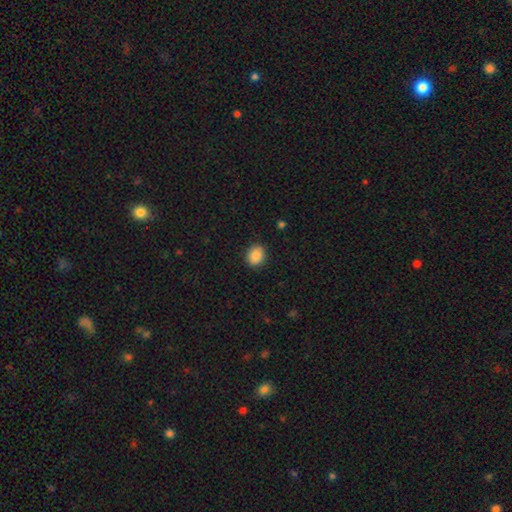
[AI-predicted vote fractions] The model was most divided on "how rounded": round: 60%, in between: 39%, cigar-shaped: 1%. More confident: merging — none (89%); smooth or featured — smooth (88%).